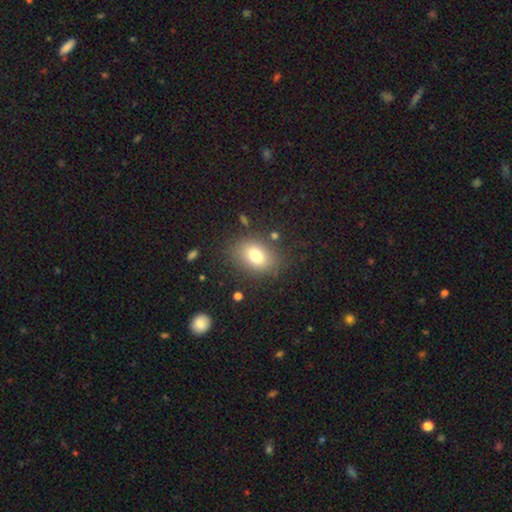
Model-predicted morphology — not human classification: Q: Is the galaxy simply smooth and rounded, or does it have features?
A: smooth — 75%.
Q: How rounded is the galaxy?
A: in between — 70%.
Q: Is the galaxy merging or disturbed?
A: none — 80%.